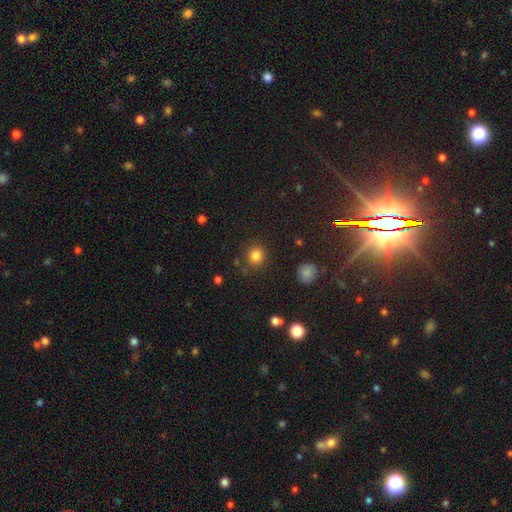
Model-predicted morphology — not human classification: Smooth or featured? Predicted: smooth (p=0.82). How rounded? Predicted: round (p=0.88). Merging? Predicted: none (p=0.86).